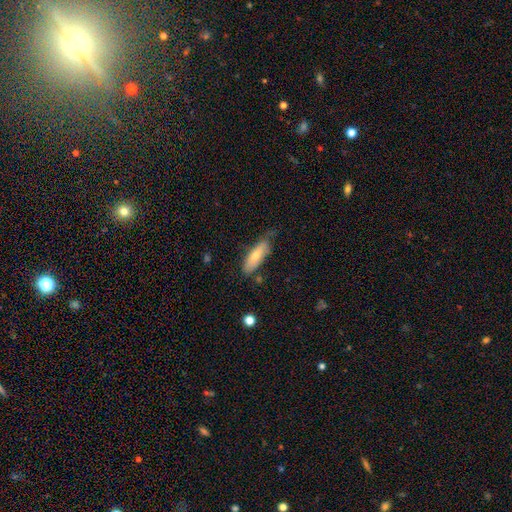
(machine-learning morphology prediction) A smooth galaxy with no disk features (70%) that is in between round and cigar-shaped (58%).

Vote fractions:
- Smooth or featured? smooth: 70% / featured or disk: 24% / star or artifact: 6%
- How rounded? in between: 58% / cigar-shaped: 41% / round: 2%
- Merging? none: 58% / minor disturbance: 30% / major disturbance: 8% / merger: 3%